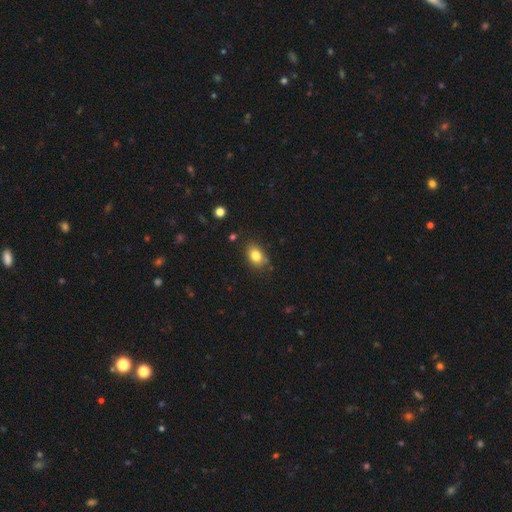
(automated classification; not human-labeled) Overall: smooth (81%). How rounded: in between (73%). Merging: none (79%).